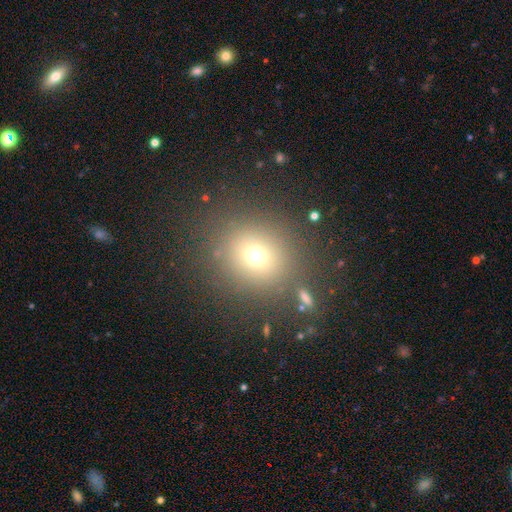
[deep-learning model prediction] Overall: smooth (67%). How rounded: round (85%). Merging: none (84%).